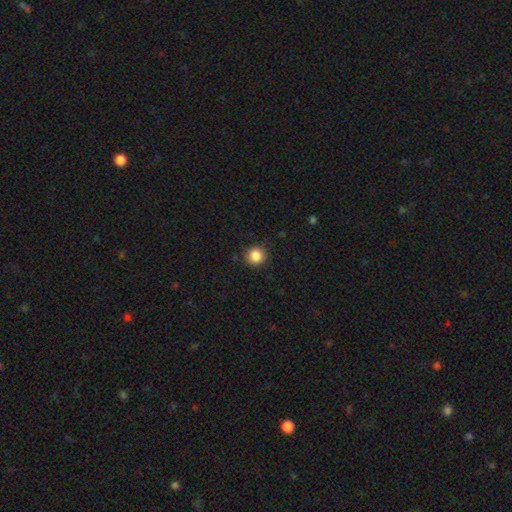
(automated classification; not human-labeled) Smooth or featured? Predicted: smooth (p=0.87). How rounded? Predicted: round (p=0.94). Merging? Predicted: none (p=0.90).